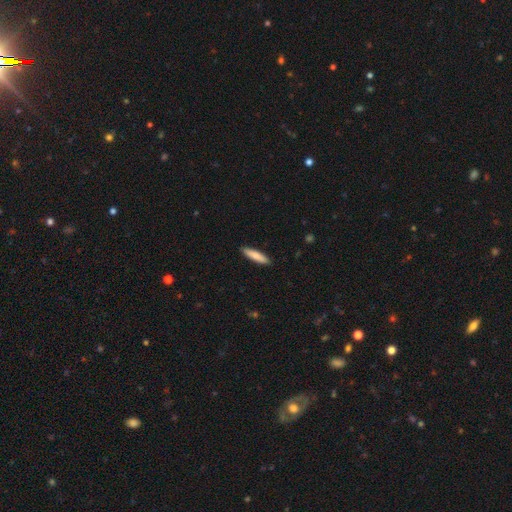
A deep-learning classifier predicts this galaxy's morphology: smooth-or-featured: smooth: 82% | featured or disk: 13% | star or artifact: 5%
  how-rounded: cigar-shaped: 80% | in between: 19% | round: 1%
  merging: none: 91% | minor disturbance: 7% | major disturbance: 1% | merger: 1%